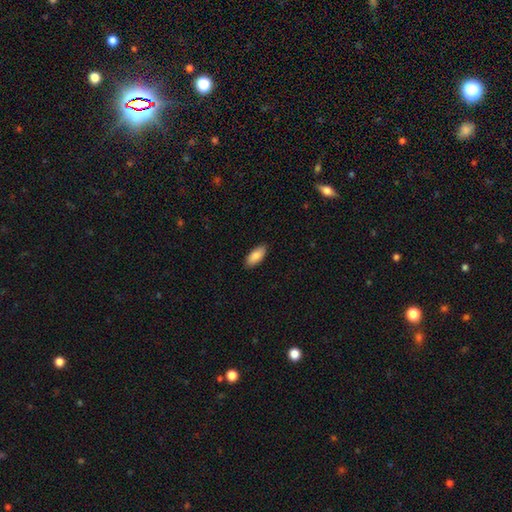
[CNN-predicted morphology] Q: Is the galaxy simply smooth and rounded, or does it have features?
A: smooth — 86%.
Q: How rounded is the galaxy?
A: in between — 87%.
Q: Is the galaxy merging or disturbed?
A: none — 89%.